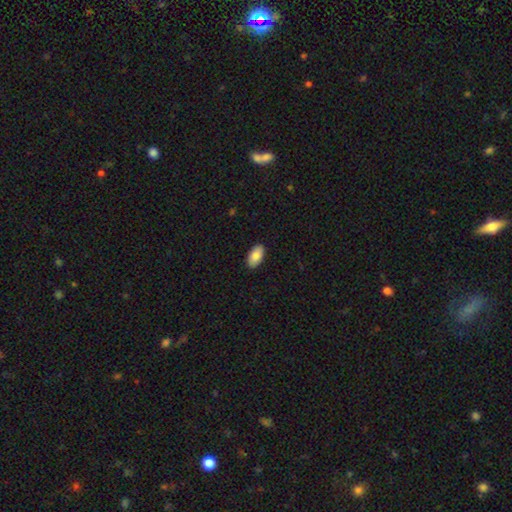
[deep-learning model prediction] A smooth galaxy with no disk features (86%) that is in between round and cigar-shaped (95%).

Vote fractions:
- Smooth or featured? smooth: 86% / featured or disk: 8% / star or artifact: 6%
- How rounded? in between: 95% / cigar-shaped: 3% / round: 2%
- Merging? none: 90% / minor disturbance: 7% / major disturbance: 2% / merger: 1%